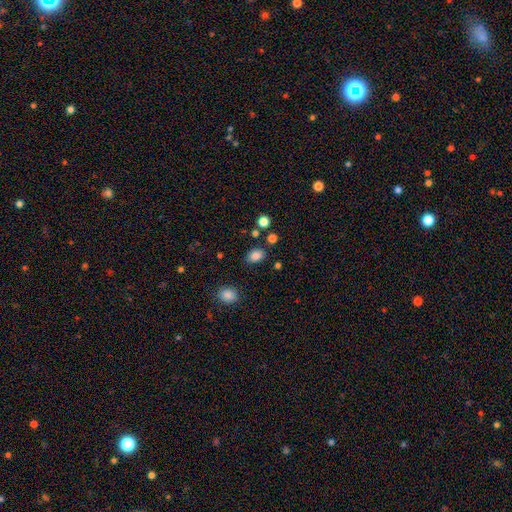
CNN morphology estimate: This appears to be a smooth galaxy with no disk features (84%) that is in between round and cigar-shaped (71%). Merging: none (79%).